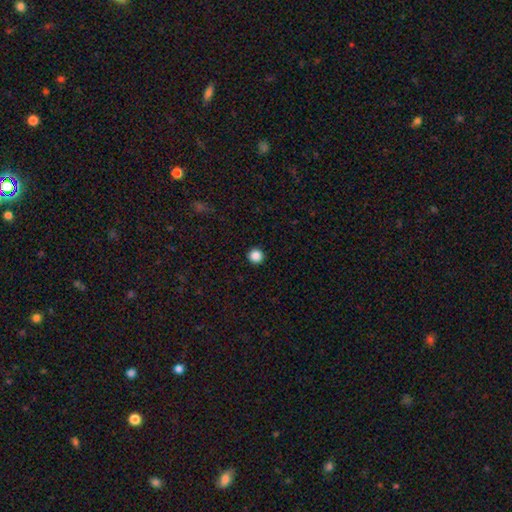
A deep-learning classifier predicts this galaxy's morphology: Smooth or featured?
  - smooth: 87% *
  - star or artifact: 10%
  - featured or disk: 3%
How rounded?
  - round: 96% *
  - in between: 3%
  - cigar-shaped: 1%
Merging?
  - none: 94% *
  - minor disturbance: 4%
  - major disturbance: 1%
  - merger: 1%